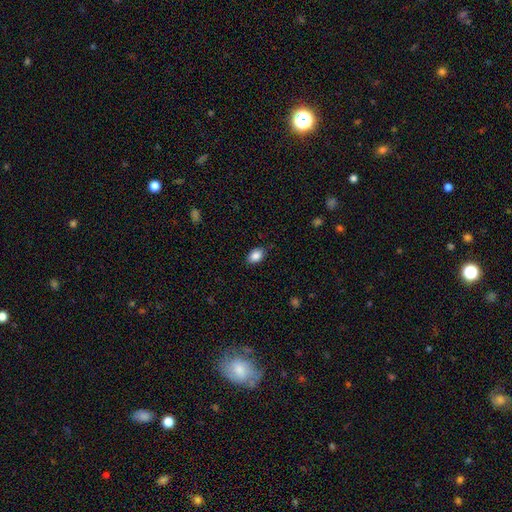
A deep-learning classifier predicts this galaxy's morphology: Overall: smooth (88%). How rounded: in between (81%). Merging: none (82%).